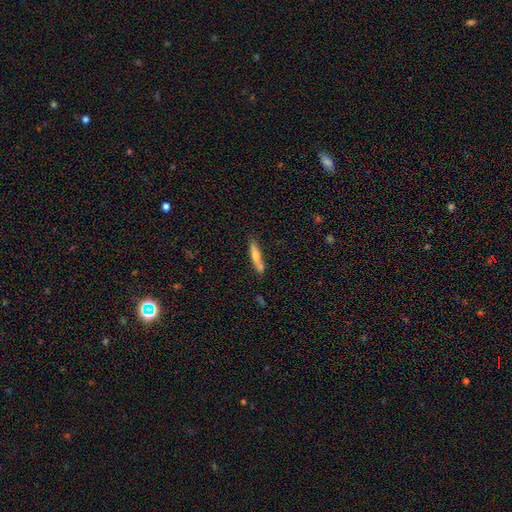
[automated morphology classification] A smooth galaxy with no disk features (55%) that is cigar-shaped (87%). Merging: none (68%).